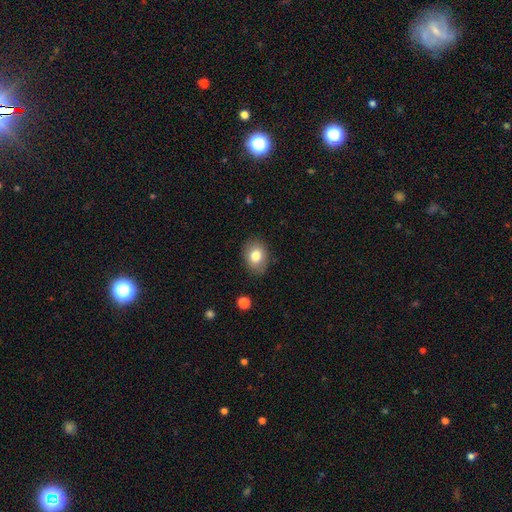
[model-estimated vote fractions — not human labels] smooth_or_featured: smooth (p=0.80) [alt: featured or disk p=0.11]
how_rounded: in between (p=0.65) [alt: round p=0.34]
merging: none (p=0.85) [alt: minor disturbance p=0.11]